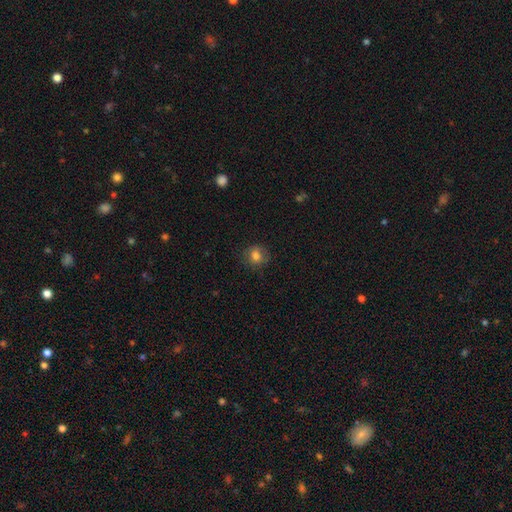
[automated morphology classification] This appears to be a smooth galaxy with no disk features (80%) that is round (81%). Merging: none (81%).